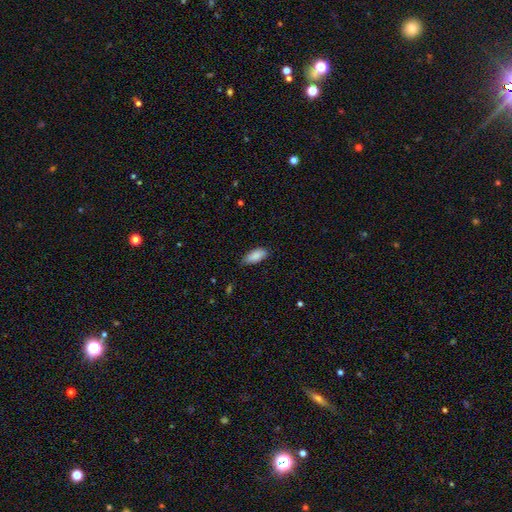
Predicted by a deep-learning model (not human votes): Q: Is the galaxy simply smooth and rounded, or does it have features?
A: smooth — 88%.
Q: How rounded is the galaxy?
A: in between — 86%.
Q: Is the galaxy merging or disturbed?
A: none — 75%.